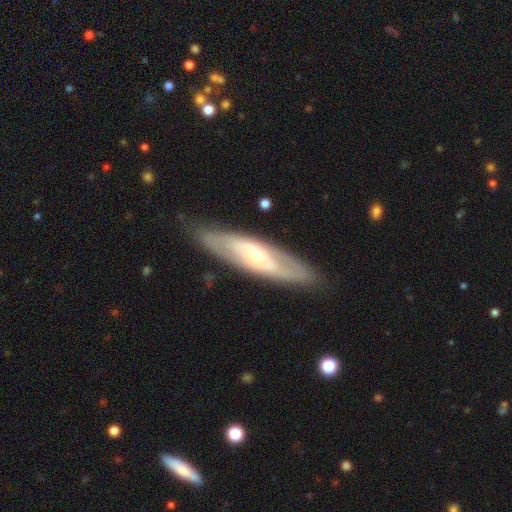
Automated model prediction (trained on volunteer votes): A featured or disk galaxy (69%). Merging: none (84%).